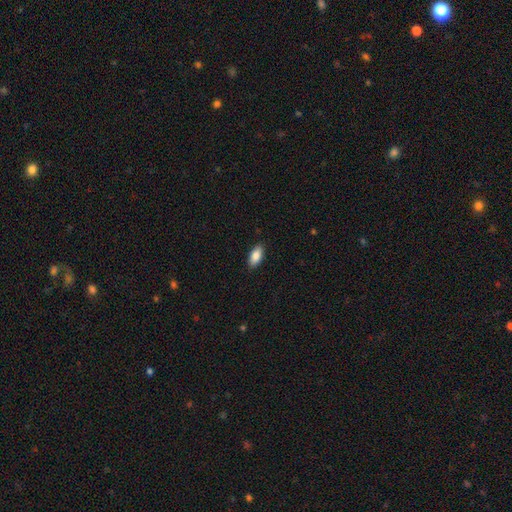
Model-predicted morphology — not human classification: Smooth or featured? smooth (85%)
How rounded? in between (88%)
Merging? none (89%)